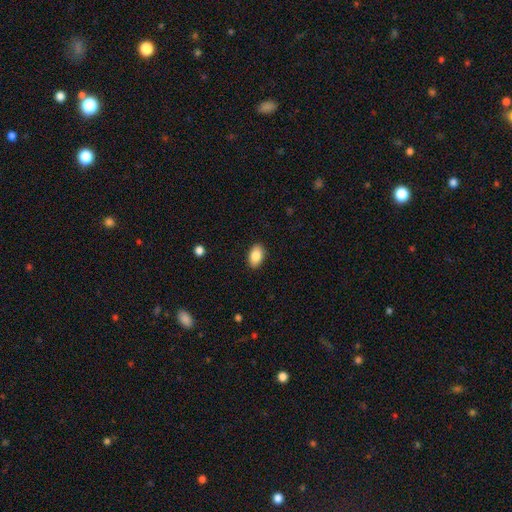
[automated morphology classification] This appears to be a smooth galaxy with no disk features (87%) that is in between round and cigar-shaped (92%). Merging: none (89%).